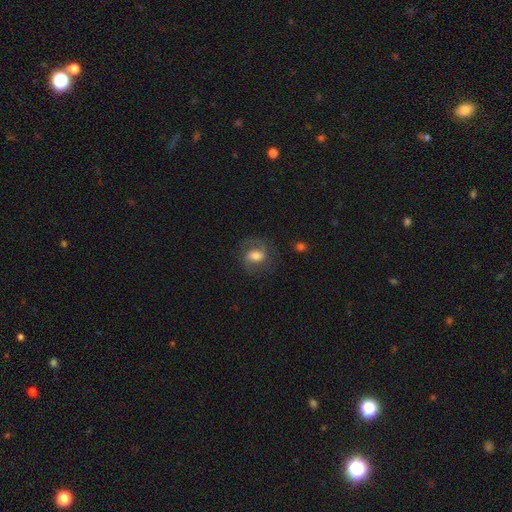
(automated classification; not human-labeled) featured or disk 65%, smooth 26%, star or artifact 9%. Down the decision tree: edge-on disk — no (97%); bar — weak (46%); spiral arms — yes (91%); spiral arm count — 2 (84%); spiral winding — medium (55%); bulge size — moderate (55%); merging — none (70%).